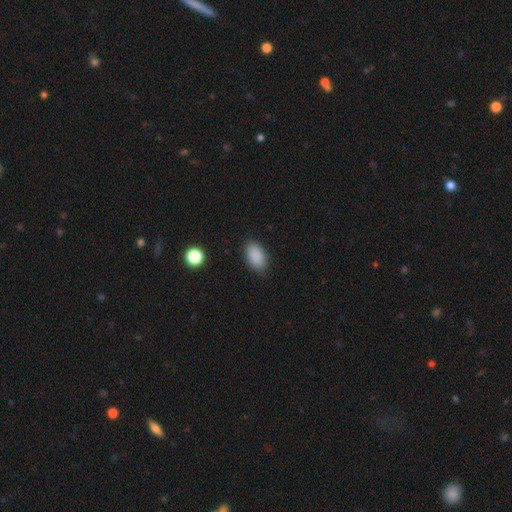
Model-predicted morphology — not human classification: Smooth or featured: smooth — 89% (star or artifact — 8%)
How rounded: in between — 92% (round — 6%)
Merging: none — 86% (minor disturbance — 10%)